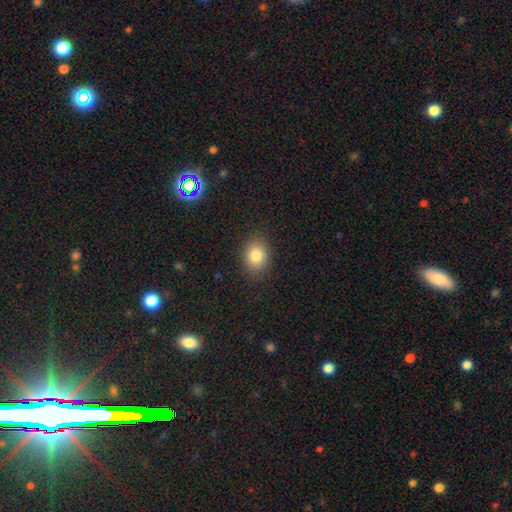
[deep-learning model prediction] A smooth galaxy with no disk features (82%) that is round (56%).

Vote fractions:
- Smooth or featured? smooth: 82% / star or artifact: 10% / featured or disk: 8%
- How rounded? round: 56% / in between: 44% / cigar-shaped: 1%
- Merging? none: 88% / minor disturbance: 9% / major disturbance: 3% / merger: 1%